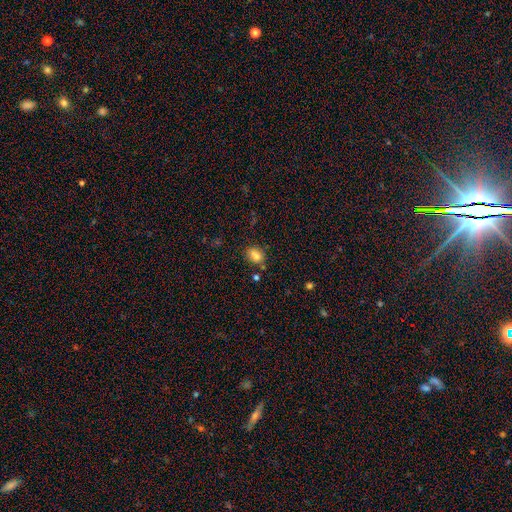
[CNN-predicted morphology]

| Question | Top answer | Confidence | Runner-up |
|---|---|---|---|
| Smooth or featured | smooth | 79% | star or artifact (13%) |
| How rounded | in between | 63% | round (36%) |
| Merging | none | 73% | minor disturbance (15%) |